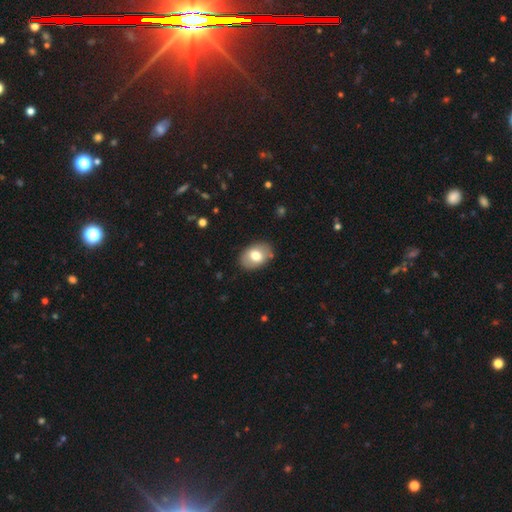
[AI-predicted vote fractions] This is likely a smooth galaxy (72%). How rounded: clearly in between (83%). Merging: clearly none (84%).